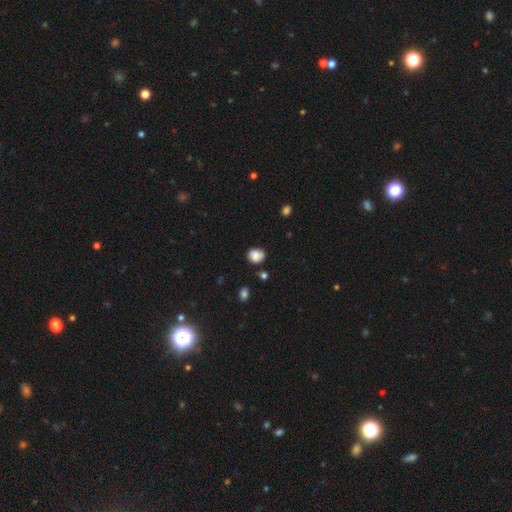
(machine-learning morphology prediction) Overall: smooth (82%). How rounded: round (62%; in between 37%). Merging: none (66%).